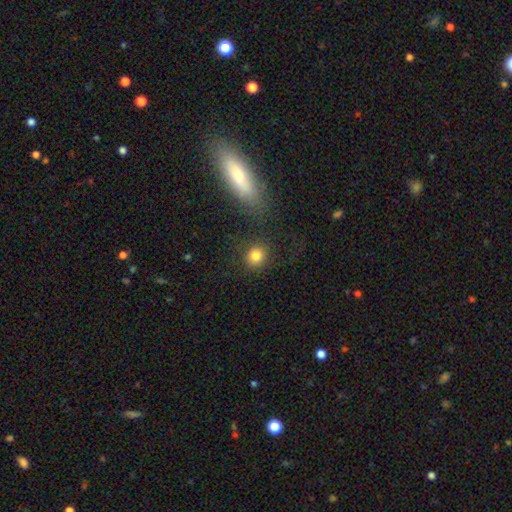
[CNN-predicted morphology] smooth 82%, star or artifact 11%, featured or disk 7%. Down the decision tree: how rounded — round (82%); merging — none (81%).